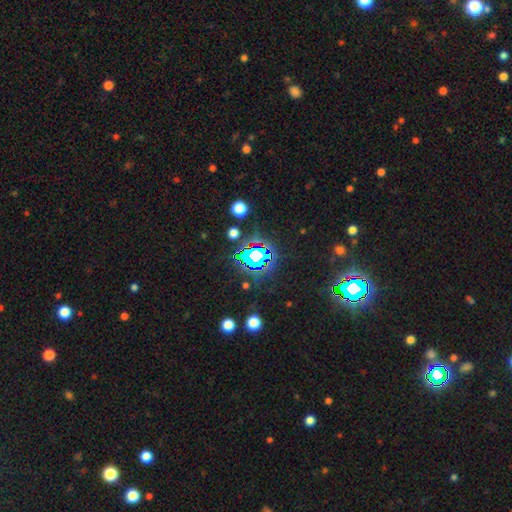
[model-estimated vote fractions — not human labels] A star or artifact, not a galaxy (71%).